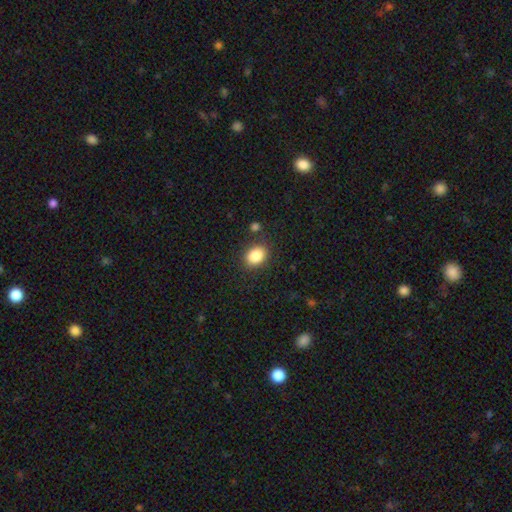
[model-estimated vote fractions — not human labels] smooth-or-featured: smooth: 85% | star or artifact: 9% | featured or disk: 6%
  how-rounded: in between: 60% | round: 39% | cigar-shaped: 1%
  merging: none: 83% | minor disturbance: 10% | merger: 3% | major disturbance: 3%